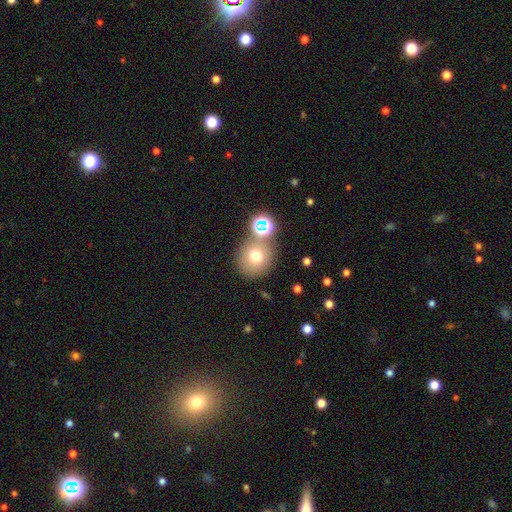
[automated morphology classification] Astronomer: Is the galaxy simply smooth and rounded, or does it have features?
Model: smooth — 69%.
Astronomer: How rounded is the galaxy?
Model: round — 87%.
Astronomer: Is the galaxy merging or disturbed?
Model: none — 70%.